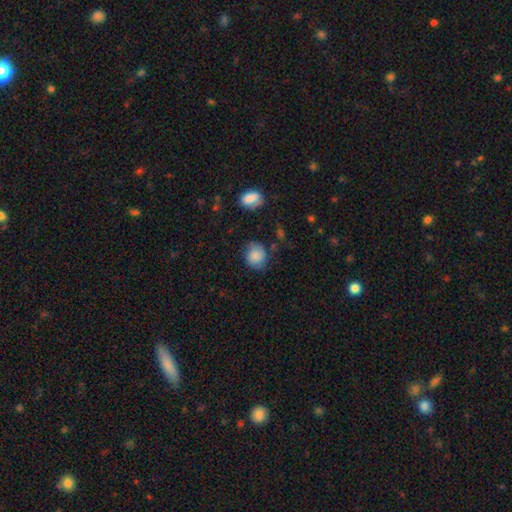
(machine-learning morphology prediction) This is clearly a smooth galaxy (81%). How rounded: likely round (75%). Merging: likely none (69%).